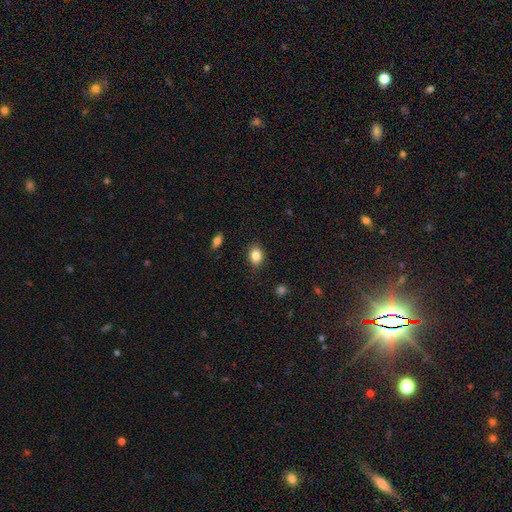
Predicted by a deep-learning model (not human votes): Overall: smooth (84%). How rounded: in between (61%; round 38%). Merging: none (87%).